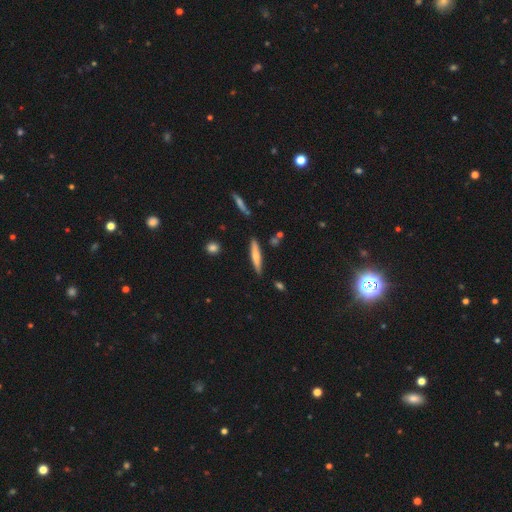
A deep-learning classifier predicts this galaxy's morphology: Smooth or featured? smooth (58%)
How rounded? cigar-shaped (87%)
Merging? none (84%)